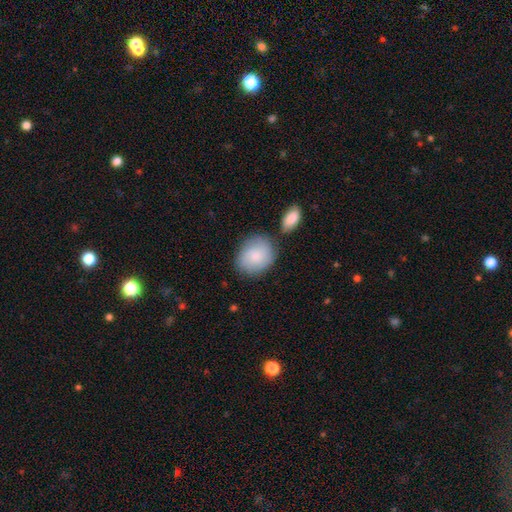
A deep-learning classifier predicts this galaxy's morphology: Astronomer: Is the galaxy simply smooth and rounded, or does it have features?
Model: smooth — 81%.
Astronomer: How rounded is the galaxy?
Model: in between — 51% (runner-up: round, 48%).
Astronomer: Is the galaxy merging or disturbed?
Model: none — 67%.